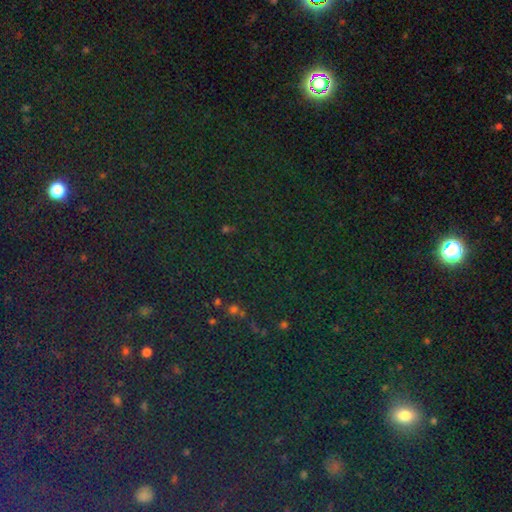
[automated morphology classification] Smooth or featured? star or artifact (76%)